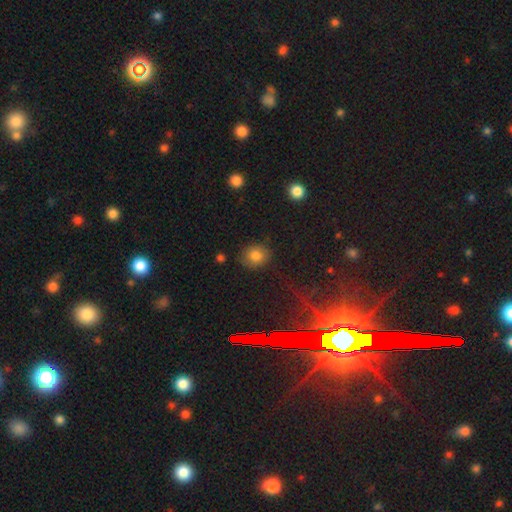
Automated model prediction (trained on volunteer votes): Overall: smooth (79%). How rounded: round (68%; in between 31%). Merging: none (79%).